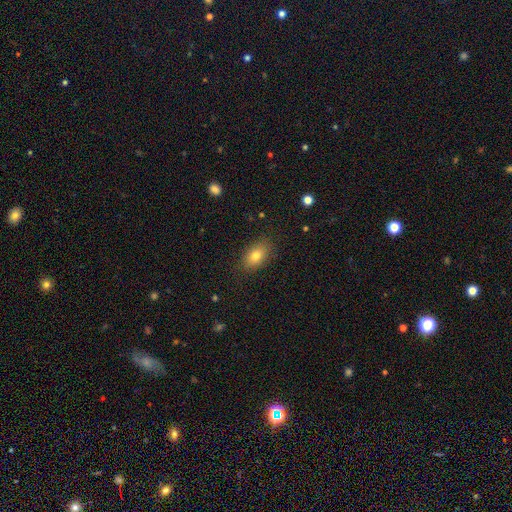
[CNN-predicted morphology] Smooth or featured? Predicted: smooth (p=0.79). How rounded? Predicted: in between (p=0.86). Merging? Predicted: none (p=0.85).